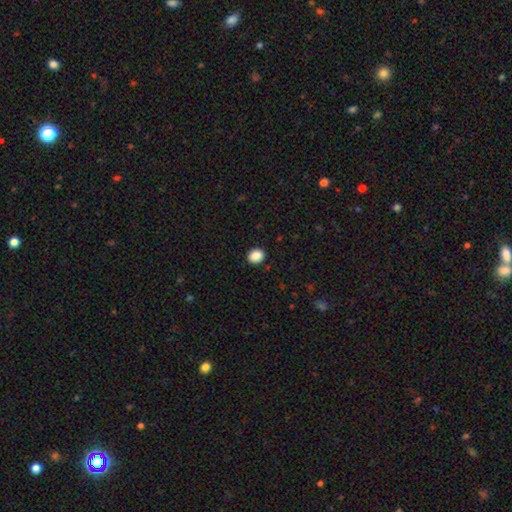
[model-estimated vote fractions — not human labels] smooth 88%, star or artifact 8%, featured or disk 3%. Down the decision tree: how rounded — round (53%); merging — none (91%).